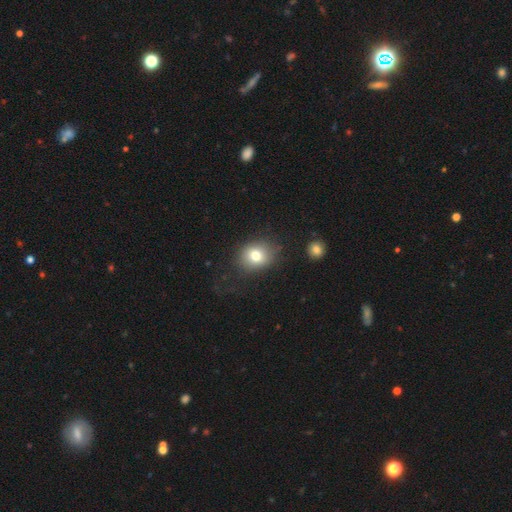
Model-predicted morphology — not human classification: Overall: smooth (77%). How rounded: round (62%; in between 37%). Merging: none (76%).